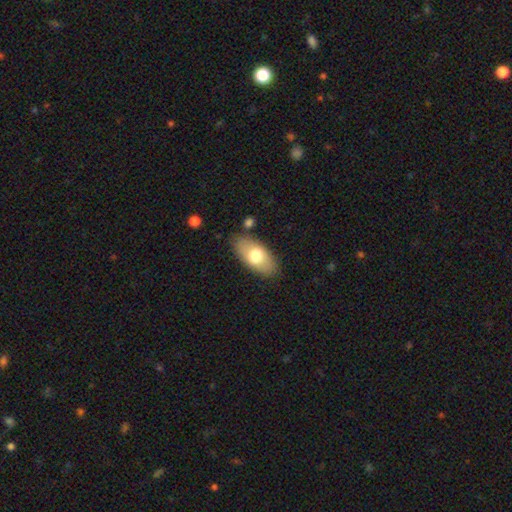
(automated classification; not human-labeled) Overall: smooth (69%). How rounded: in between (91%). Merging: none (81%).